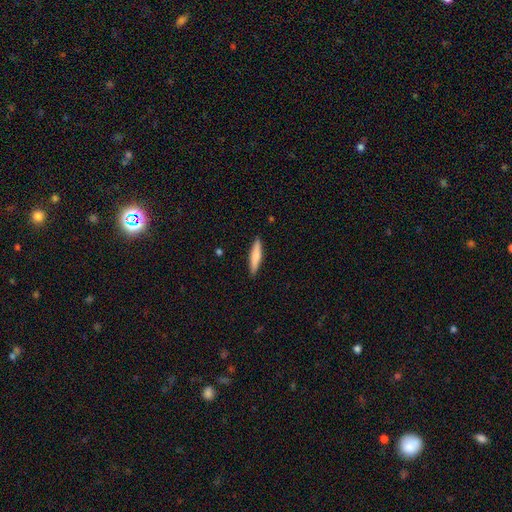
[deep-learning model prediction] smooth_or_featured: smooth (p=0.72) [alt: featured or disk p=0.23]
how_rounded: cigar-shaped (p=0.86) [alt: in between p=0.13]
merging: none (p=0.89) [alt: minor disturbance p=0.08]